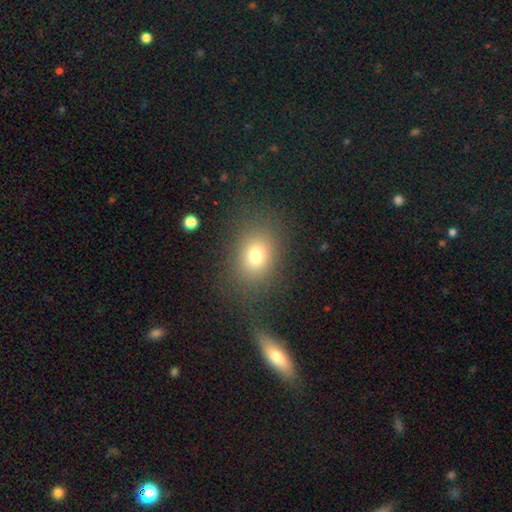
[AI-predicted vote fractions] The model was most divided on "how rounded": in between: 57%, round: 42%, cigar-shaped: 1%. More confident: merging — none (80%); smooth or featured — smooth (74%).